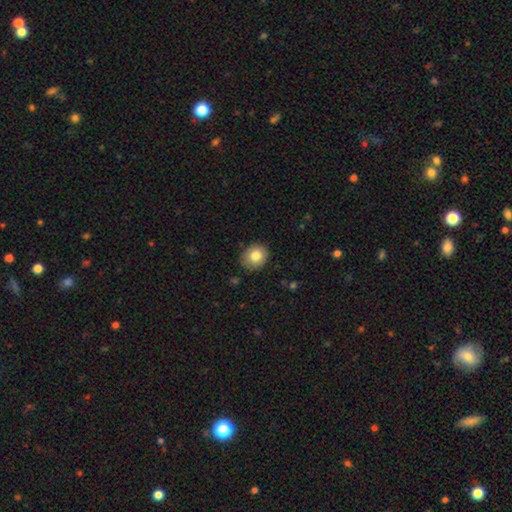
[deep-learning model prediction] Q: Smooth or featured?
A: smooth (82%); runner-up: featured or disk (9%)
Q: How rounded?
A: round (68%); runner-up: in between (31%)
Q: Merging?
A: none (86%); runner-up: minor disturbance (11%)